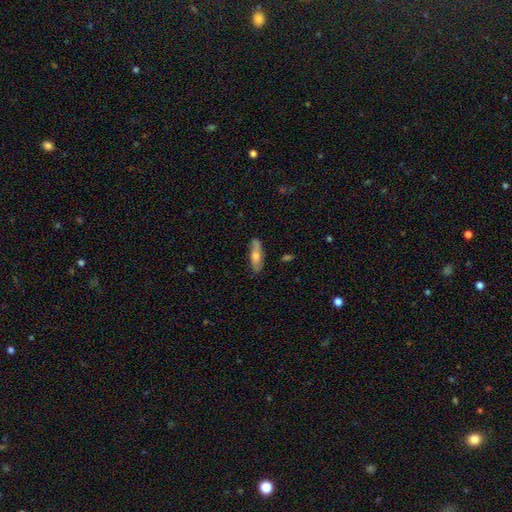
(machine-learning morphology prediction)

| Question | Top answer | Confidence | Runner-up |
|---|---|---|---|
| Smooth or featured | smooth | 55% | featured or disk (39%) |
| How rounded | in between | 52% | cigar-shaped (45%) |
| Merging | none | 79% | minor disturbance (16%) |